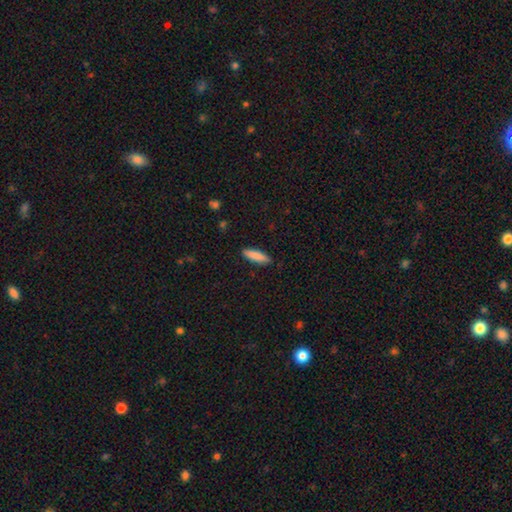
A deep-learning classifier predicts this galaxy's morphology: smooth-or-featured: smooth: 86% | featured or disk: 8% | star or artifact: 6%
  how-rounded: cigar-shaped: 65% | in between: 34% | round: 1%
  merging: none: 88% | minor disturbance: 9% | major disturbance: 2% | merger: 1%